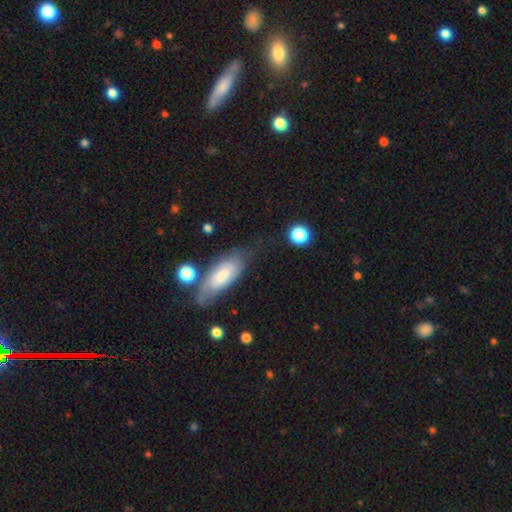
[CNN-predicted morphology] Q: Smooth or featured?
A: smooth (55%); runner-up: featured or disk (31%)
Q: How rounded?
A: in between (66%); runner-up: cigar-shaped (31%)
Q: Merging?
A: none (63%); runner-up: minor disturbance (22%)